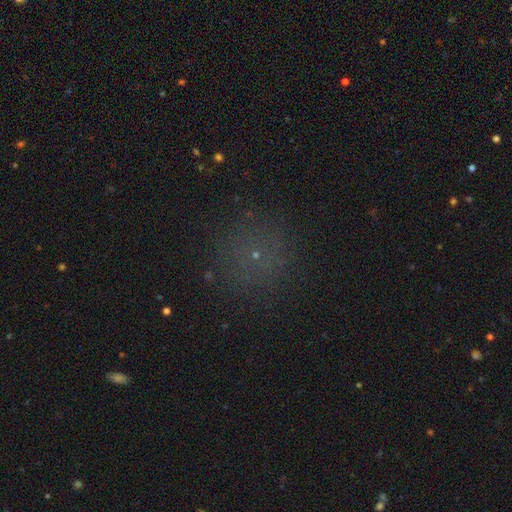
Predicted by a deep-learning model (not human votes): Smooth or featured: smooth — 52% (star or artifact — 39%)
How rounded: round — 94% (in between — 5%)
Merging: none — 86% (minor disturbance — 8%)